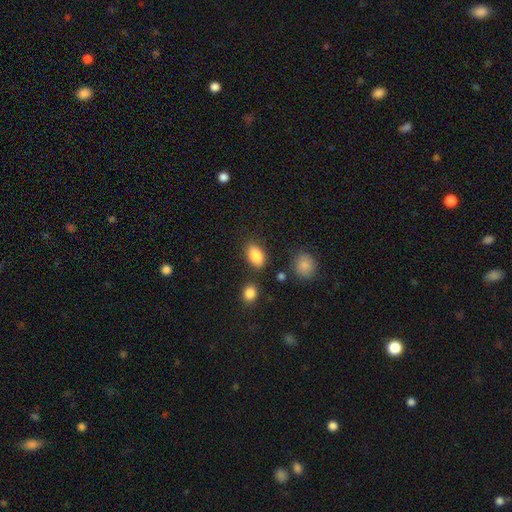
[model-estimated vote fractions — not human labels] The model was most divided on "merging": none: 79%, minor disturbance: 12%, merger: 5%, major disturbance: 4%. More confident: how rounded — in between (88%); smooth or featured — smooth (87%).